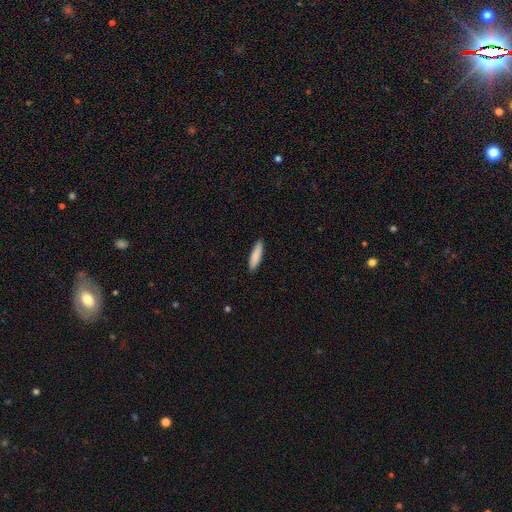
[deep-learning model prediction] Overall: smooth (86%). How rounded: cigar-shaped (74%). Merging: none (89%).